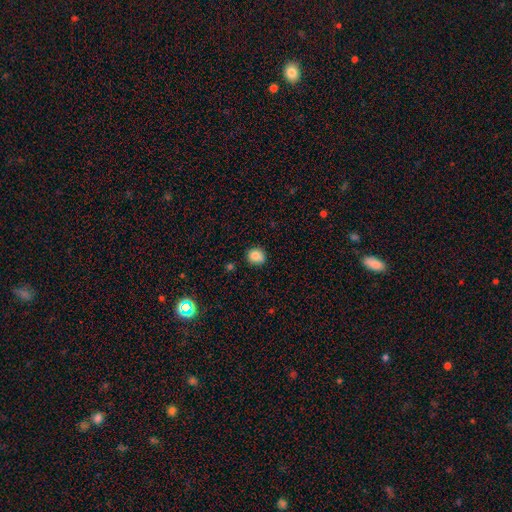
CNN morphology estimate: The model was most divided on "how rounded": round: 79%, in between: 20%, cigar-shaped: 1%. More confident: smooth or featured — smooth (84%); merging — none (79%).